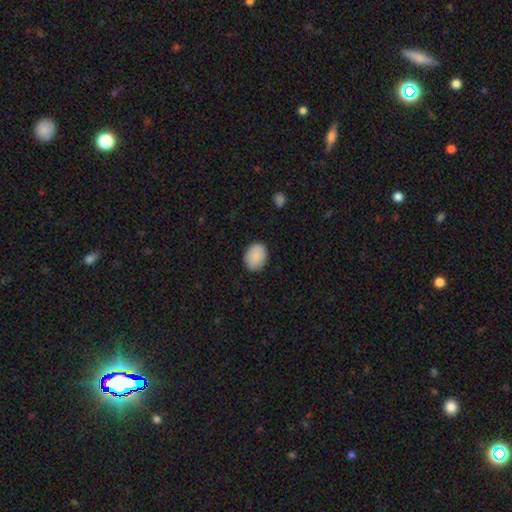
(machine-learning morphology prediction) Smooth or featured? smooth (89%)
How rounded? in between (61%)
Merging? none (87%)